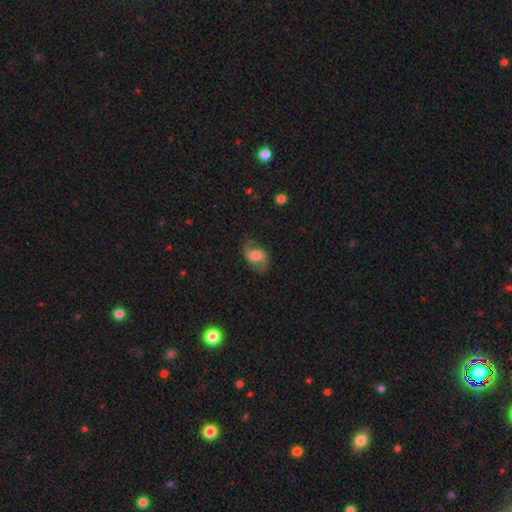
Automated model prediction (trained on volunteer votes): A featured or disk galaxy (71%) with a weak bar (49%), 2 (91%) loose (48%) spiral arms (91%) and a moderate central bulge (40%).

Vote fractions:
- Smooth or featured? featured or disk: 71% / smooth: 21% / star or artifact: 8%
- Edge-on disk? no: 96% / yes: 4%
- Bar? weak: 49% / no: 30% / strong: 20%
- Spiral arms? yes: 91% / no: 9%
- Spiral winding? loose: 48% / medium: 41% / tight: 10%
- Spiral arm count? 2: 91% / can't tell: 4% / 1: 3% / 3: 1% / 4: 1% / more than 4: 1%
- Bulge size? moderate: 40% / large: 33% / small: 15% / none: 9% / dominant: 4%
- Merging? none: 75% / minor disturbance: 16% / major disturbance: 8% / merger: 1%